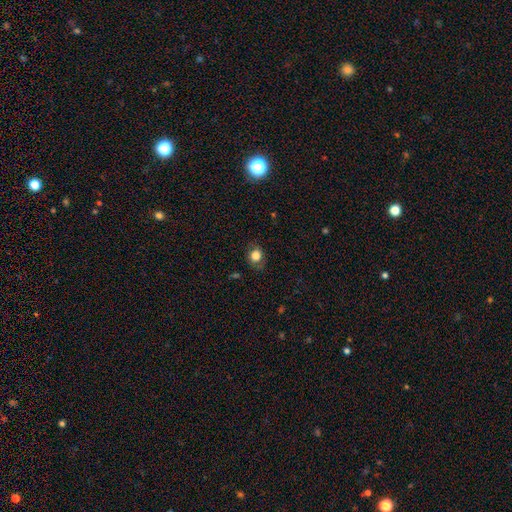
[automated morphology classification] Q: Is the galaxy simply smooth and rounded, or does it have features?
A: smooth — 77%.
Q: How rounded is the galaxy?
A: round — 52%.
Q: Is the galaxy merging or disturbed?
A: none — 78%.